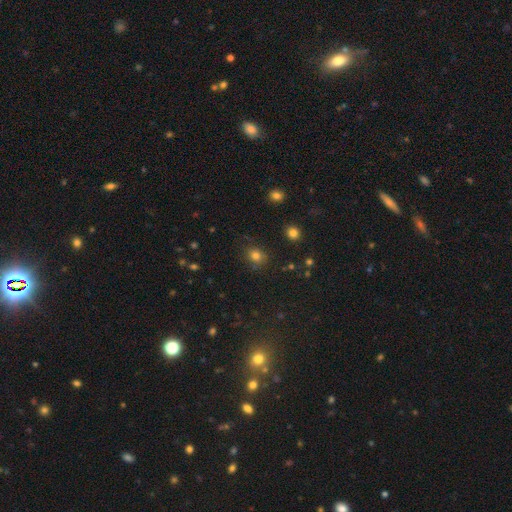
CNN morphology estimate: Overall: smooth (77%). How rounded: round (70%). Merging: none (80%).